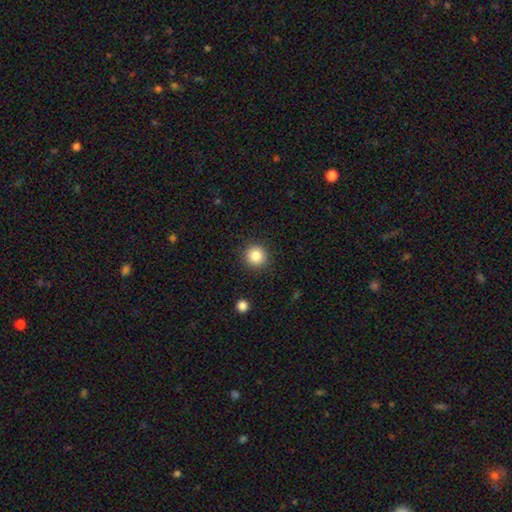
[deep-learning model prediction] smooth-or-featured: smooth: 85% | star or artifact: 10% | featured or disk: 5%
  how-rounded: round: 94% | in between: 5% | cigar-shaped: 1%
  merging: none: 90% | minor disturbance: 6% | major disturbance: 2% | merger: 1%